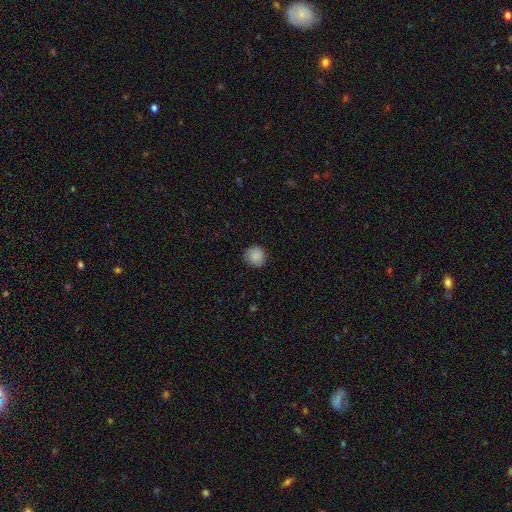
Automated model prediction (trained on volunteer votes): Q: Smooth or featured?
A: smooth (88%); runner-up: star or artifact (8%)
Q: How rounded?
A: round (89%); runner-up: in between (10%)
Q: Merging?
A: none (88%); runner-up: minor disturbance (9%)